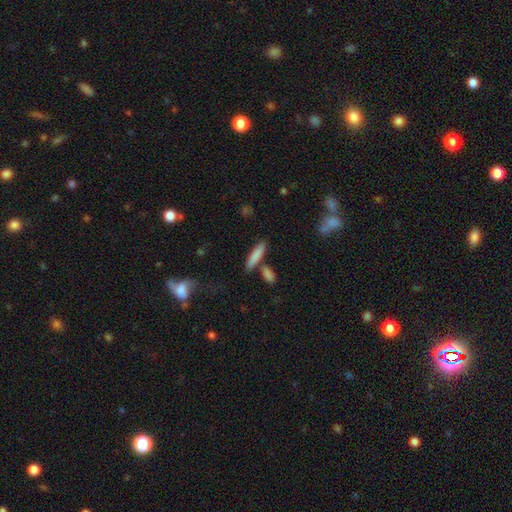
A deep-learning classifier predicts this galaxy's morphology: The model was most divided on "how rounded": cigar-shaped: 78%, in between: 20%, round: 2%. More confident: smooth or featured — smooth (81%); merging — none (74%).